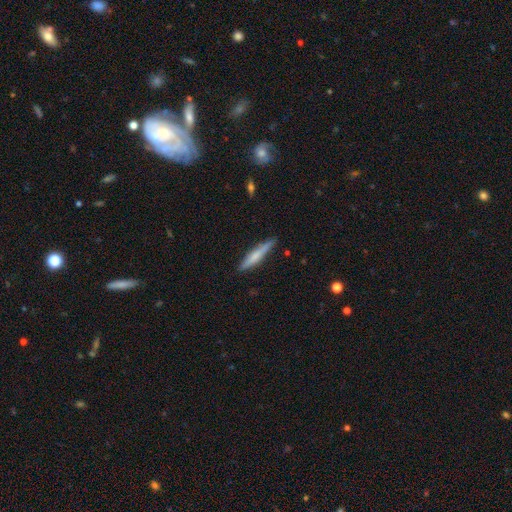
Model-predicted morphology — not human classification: smooth_or_featured: smooth (p=0.59) [alt: featured or disk p=0.36]
how_rounded: cigar-shaped (p=0.92) [alt: in between p=0.07]
merging: none (p=0.85) [alt: minor disturbance p=0.12]